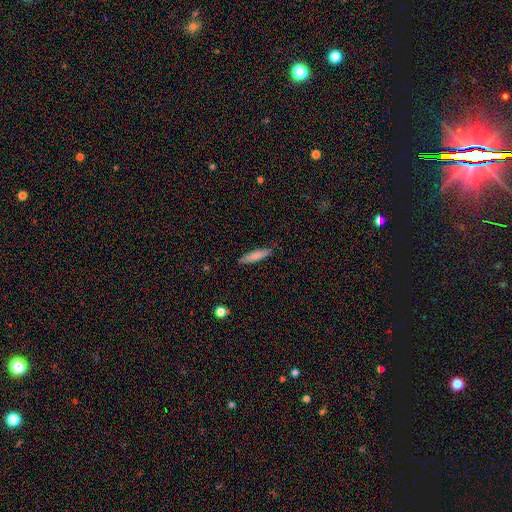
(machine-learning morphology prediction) type=smooth (80%); roundness=cigar-shaped (83%); merging=none (85%).